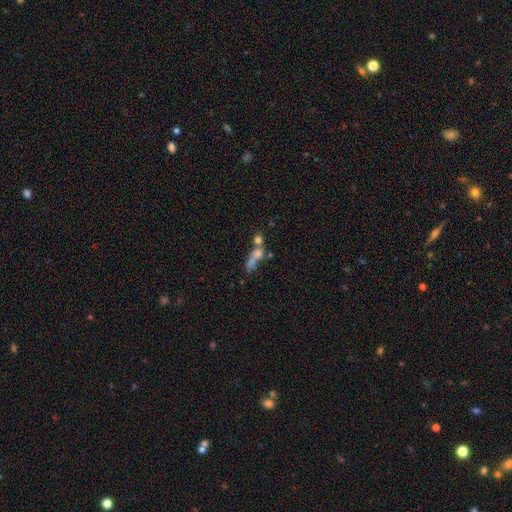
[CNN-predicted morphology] Q: Smooth or featured?
A: smooth (58%); runner-up: featured or disk (27%)
Q: How rounded?
A: in between (40%); runner-up: round (36%)
Q: Merging?
A: merger (56%); runner-up: none (21%)